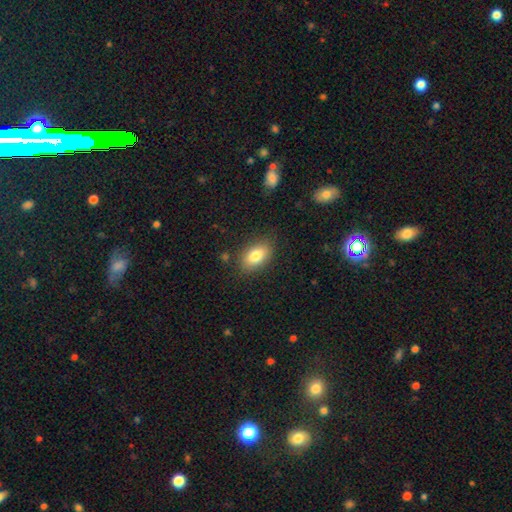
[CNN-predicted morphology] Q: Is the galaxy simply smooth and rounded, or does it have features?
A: smooth — 82%.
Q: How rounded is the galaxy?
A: in between — 89%.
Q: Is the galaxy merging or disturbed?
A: none — 82%.